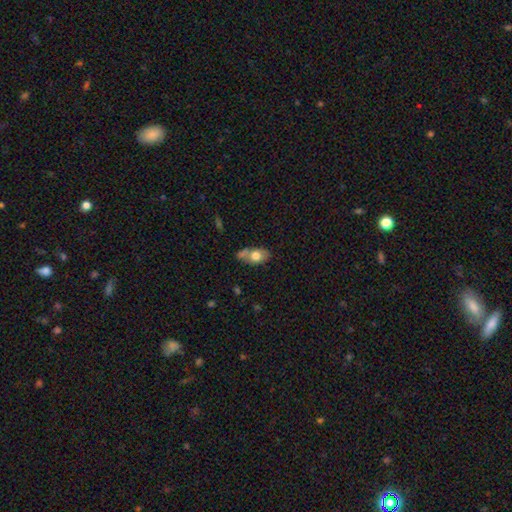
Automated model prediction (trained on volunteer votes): The model was most divided on "merging": none: 51%, minor disturbance: 23%, merger: 19%, major disturbance: 7%. More confident: how rounded — in between (85%); smooth or featured — smooth (68%).